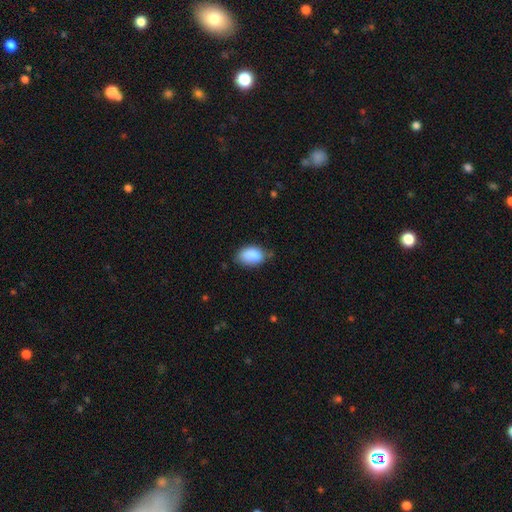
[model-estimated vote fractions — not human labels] This appears to be a smooth galaxy with no disk features (85%) that is in between round and cigar-shaped (90%). Merging: none (60%).